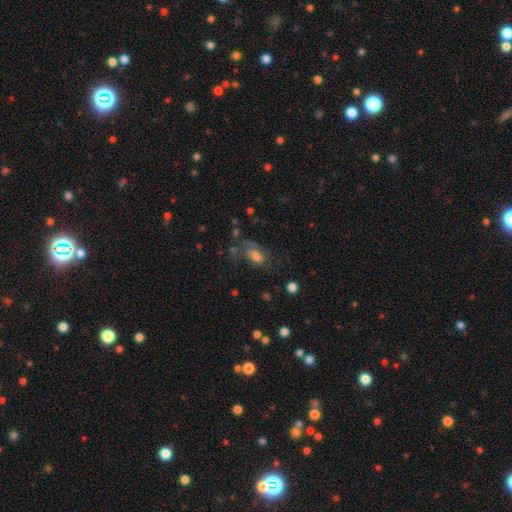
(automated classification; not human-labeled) This appears to be a smooth galaxy with no disk features (57%) that is in between round and cigar-shaped (82%). Merging: none (38%).